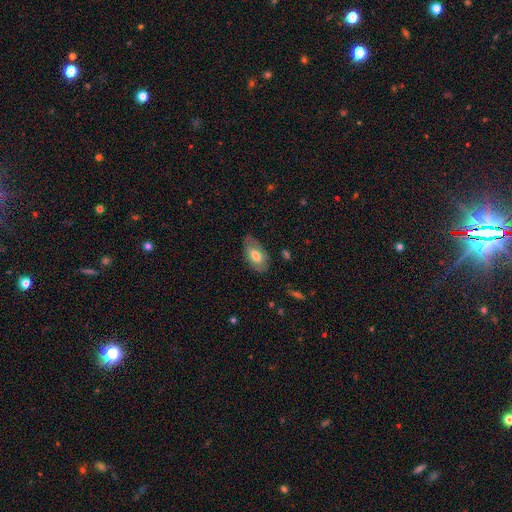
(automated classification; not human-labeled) A smooth galaxy with no disk features (64%) that is in between round and cigar-shaped (93%). Merging: none (73%).